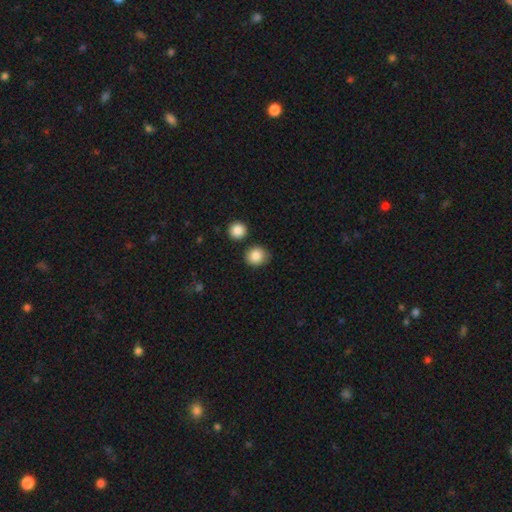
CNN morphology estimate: type=smooth (87%); roundness=round (81%); merging=none (80%).